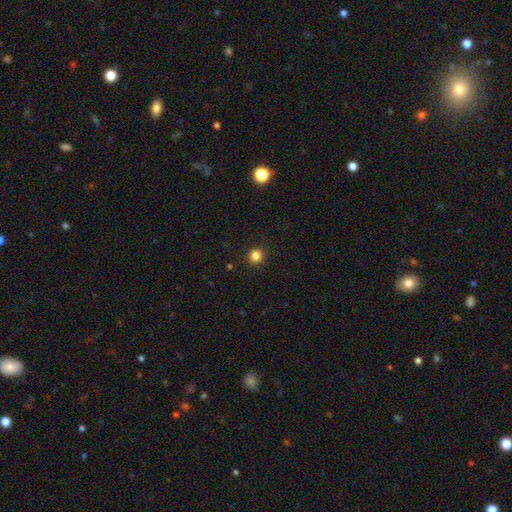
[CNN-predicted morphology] This appears to be a smooth galaxy with no disk features (83%) that is round (92%). Merging: none (92%).